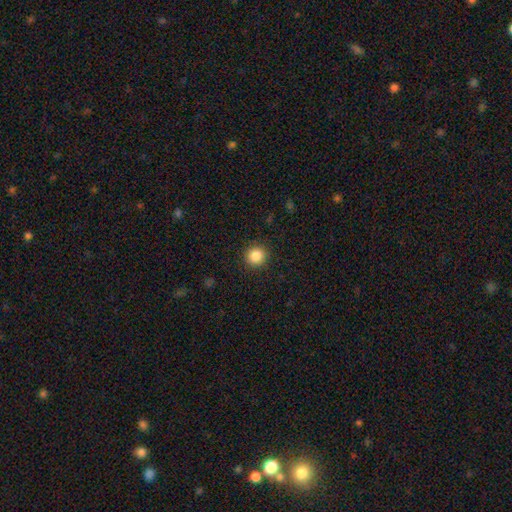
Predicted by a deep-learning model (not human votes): smooth-or-featured: smooth: 86% | star or artifact: 10% | featured or disk: 4%
  how-rounded: round: 93% | in between: 6% | cigar-shaped: 1%
  merging: none: 91% | minor disturbance: 6% | major disturbance: 2% | merger: 1%